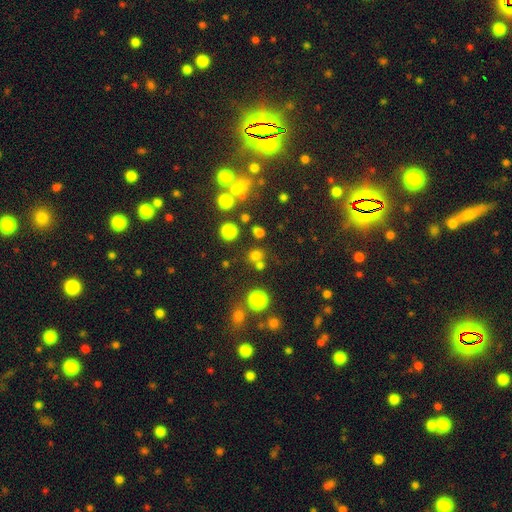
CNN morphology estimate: Smooth or featured: smooth — 68% (star or artifact — 24%)
How rounded: round — 81% (in between — 18%)
Merging: none — 69% (merger — 17%)